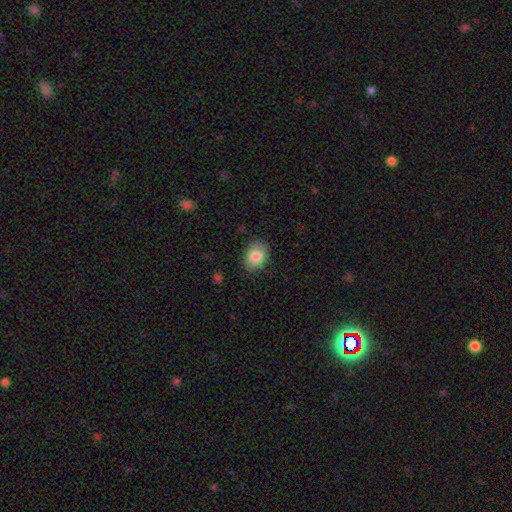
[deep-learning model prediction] Smooth or featured? Predicted: smooth (p=0.83). How rounded? Predicted: in between (p=0.66). Merging? Predicted: none (p=0.84).